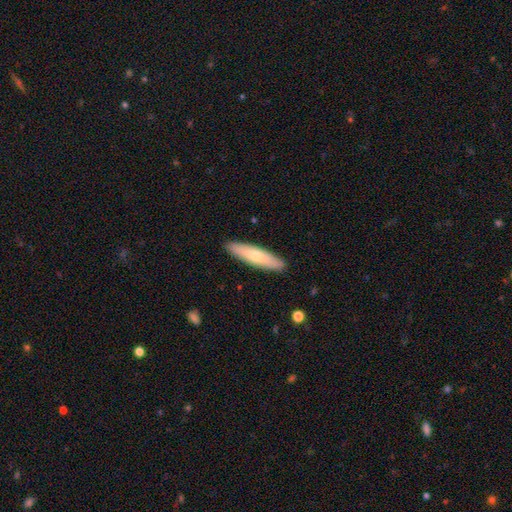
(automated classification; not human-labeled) Smooth or featured? Predicted: smooth (p=0.65). How rounded? Predicted: cigar-shaped (p=0.76). Merging? Predicted: none (p=0.90).